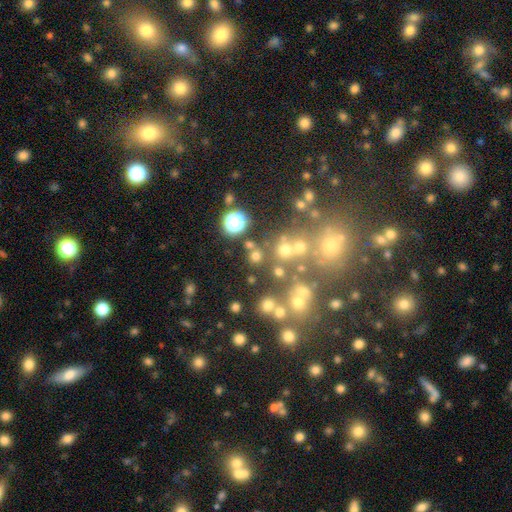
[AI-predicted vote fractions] This is likely a smooth galaxy (64%). How rounded: clearly round (86%). Merging: likely none (70%).